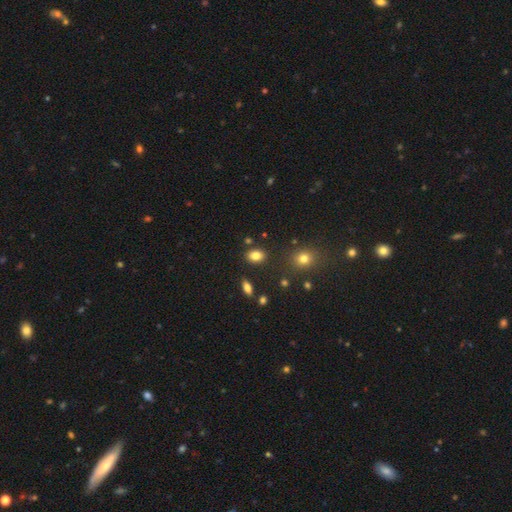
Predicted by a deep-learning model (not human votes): Smooth or featured? Predicted: smooth (p=0.83). How rounded? Predicted: in between (p=0.73). Merging? Predicted: none (p=0.83).